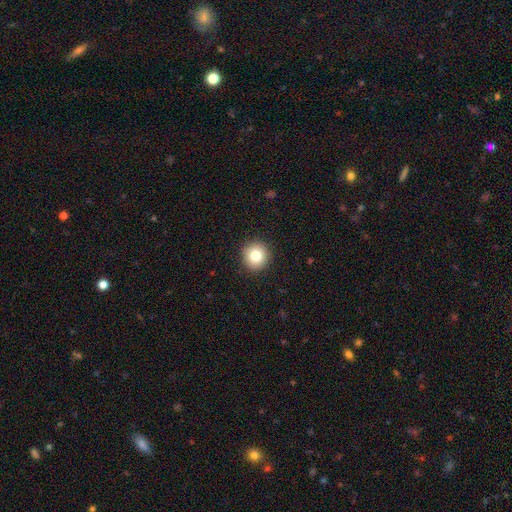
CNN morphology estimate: Smooth or featured? Predicted: smooth (p=0.80). How rounded? Predicted: round (p=0.94). Merging? Predicted: none (p=0.92).